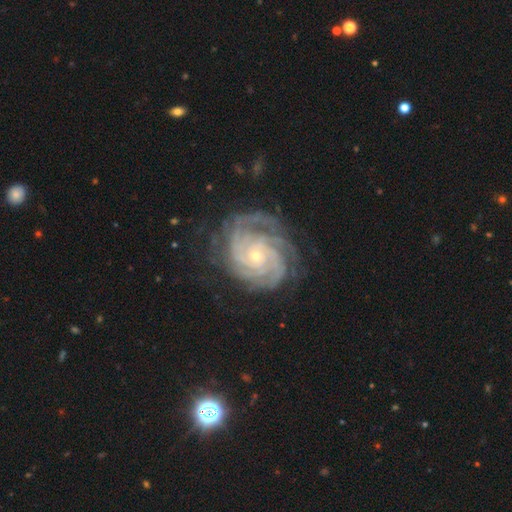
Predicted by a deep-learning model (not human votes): The model was most divided on "spiral arm count": 4: 31%, 3: 19%, more than 4: 17%, can't tell: 16%, 2: 10%, 1: 7%. More confident: spiral arms — yes (98%); edge-on disk — no (98%); smooth or featured — featured or disk (91%); spiral winding — tight (77%); bar — no (76%); bulge size — small (74%); merging — none (72%).